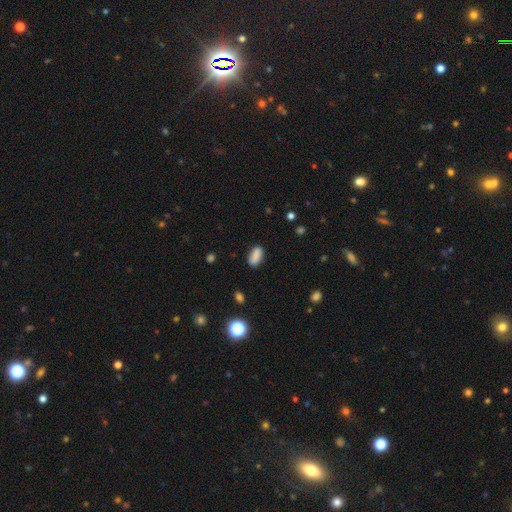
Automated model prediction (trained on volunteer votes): Smooth or featured?
  - smooth: 86% *
  - star or artifact: 9%
  - featured or disk: 5%
How rounded?
  - in between: 85% *
  - cigar-shaped: 10%
  - round: 4%
Merging?
  - none: 80% *
  - minor disturbance: 14%
  - major disturbance: 3%
  - merger: 3%